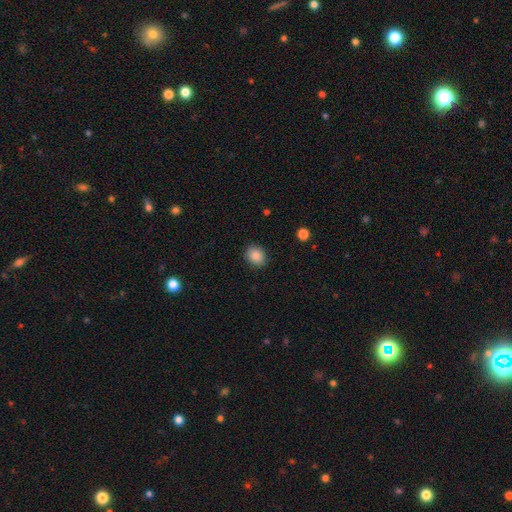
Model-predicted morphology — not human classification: This appears to be a smooth galaxy with no disk features (87%) that is round (59%). Merging: none (89%).